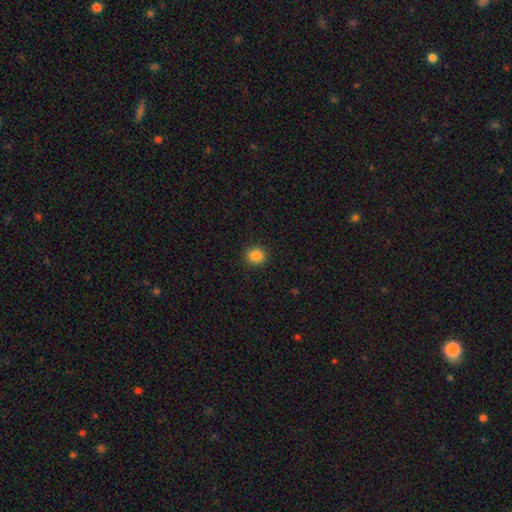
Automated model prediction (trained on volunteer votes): Smooth or featured? smooth (86%)
How rounded? round (78%)
Merging? none (90%)